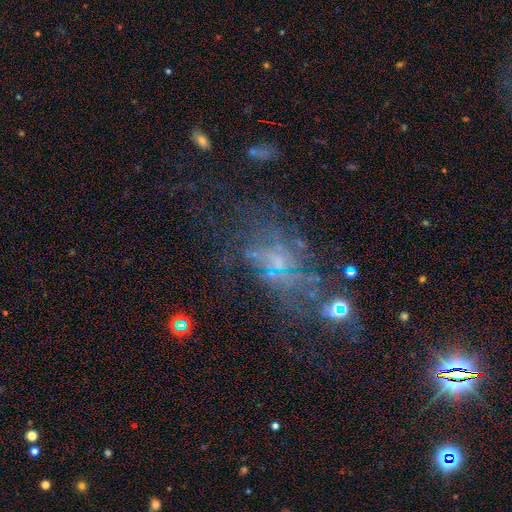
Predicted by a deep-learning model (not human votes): smooth-or-featured: featured or disk: 55% | star or artifact: 26% | smooth: 19%
  disk-edge-on: no: 93% | yes: 7%
    bar: no: 77% | weak: 18% | strong: 5%
    has-spiral-arms: yes: 51% | no: 49%
    bulge-size: small: 57% | none: 24% | moderate: 15% | large: 2% | dominant: 1%
  merging: none: 45% | major disturbance: 28% | minor disturbance: 19% | merger: 8%